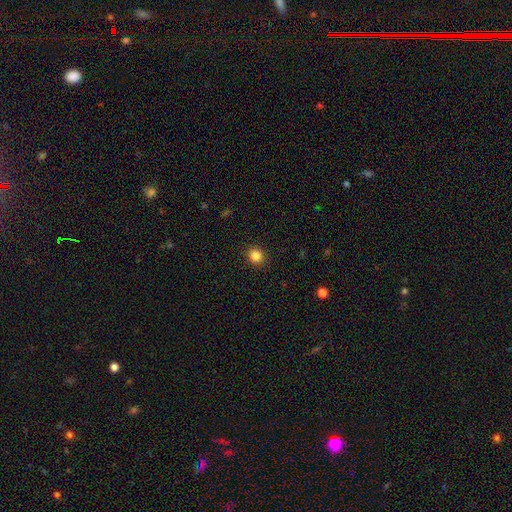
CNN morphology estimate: The model was most divided on "how rounded": round: 86%, in between: 13%, cigar-shaped: 1%. More confident: merging — none (91%); smooth or featured — smooth (85%).